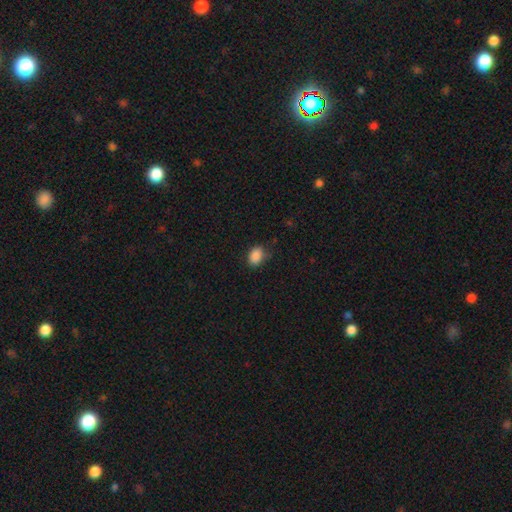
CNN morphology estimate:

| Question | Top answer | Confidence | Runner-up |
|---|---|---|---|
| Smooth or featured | smooth | 88% | star or artifact (9%) |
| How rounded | in between | 76% | round (23%) |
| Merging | none | 76% | minor disturbance (19%) |